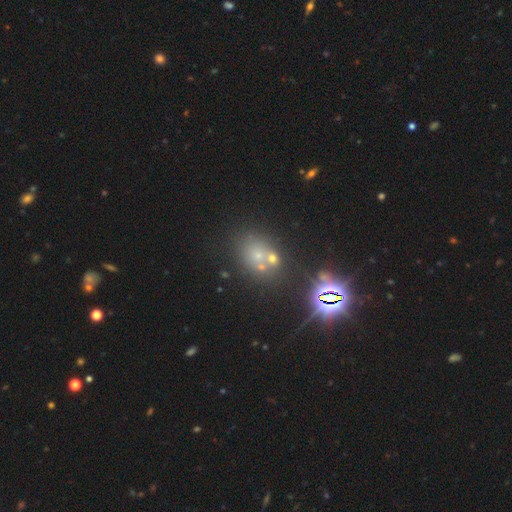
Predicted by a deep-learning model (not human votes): The model was most divided on "smooth or featured": star or artifact: 42%, smooth: 39%, featured or disk: 18%.